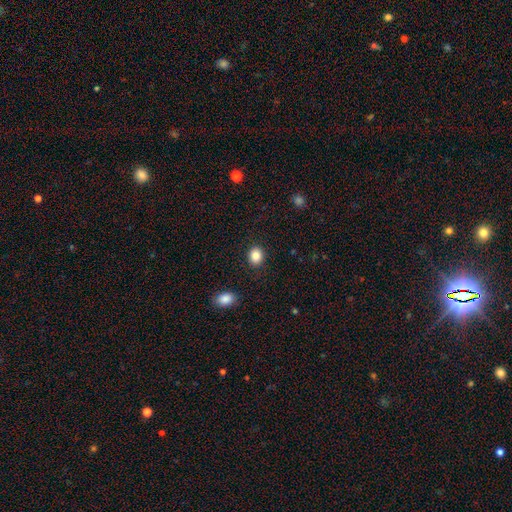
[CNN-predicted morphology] type=smooth (86%); roundness=round (61%); merging=none (89%).